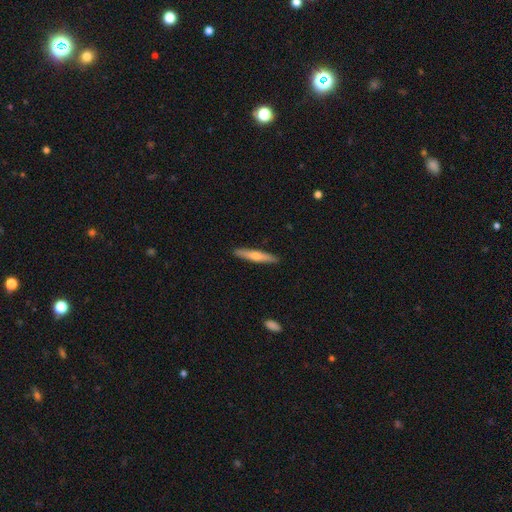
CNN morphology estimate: This appears to be a smooth galaxy with no disk features (51%) that is cigar-shaped (91%). Merging: none (91%).